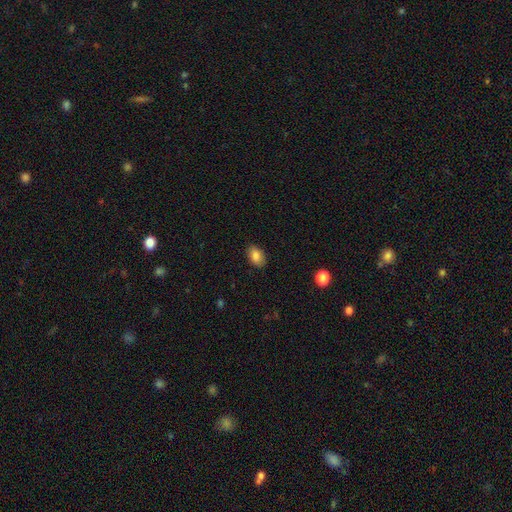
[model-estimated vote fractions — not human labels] A smooth galaxy with no disk features (86%) that is in between round and cigar-shaped (90%).

Vote fractions:
- Smooth or featured? smooth: 86% / star or artifact: 8% / featured or disk: 6%
- How rounded? in between: 90% / round: 9% / cigar-shaped: 1%
- Merging? none: 87% / minor disturbance: 10% / major disturbance: 2% / merger: 1%